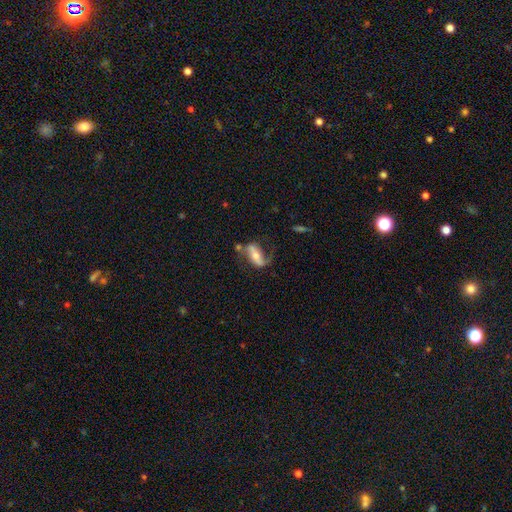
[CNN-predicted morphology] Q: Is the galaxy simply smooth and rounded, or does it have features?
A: featured or disk — 70%.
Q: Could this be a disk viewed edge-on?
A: no — 88%.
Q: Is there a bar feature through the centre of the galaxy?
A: strong — 47%.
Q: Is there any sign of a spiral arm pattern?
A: yes — 83%.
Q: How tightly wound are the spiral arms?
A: loose — 63%.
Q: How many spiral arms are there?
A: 2 — 73%.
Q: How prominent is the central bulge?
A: moderate — 57%.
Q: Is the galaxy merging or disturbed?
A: none — 50%.